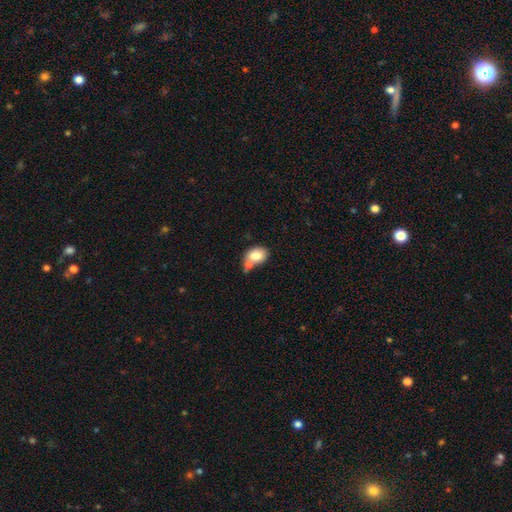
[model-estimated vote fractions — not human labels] A smooth galaxy with no disk features (80%) that is in between round and cigar-shaped (72%).

Vote fractions:
- Smooth or featured? smooth: 80% / featured or disk: 13% / star or artifact: 8%
- How rounded? in between: 72% / round: 27% / cigar-shaped: 1%
- Merging? none: 41% / merger: 38% / minor disturbance: 16% / major disturbance: 5%